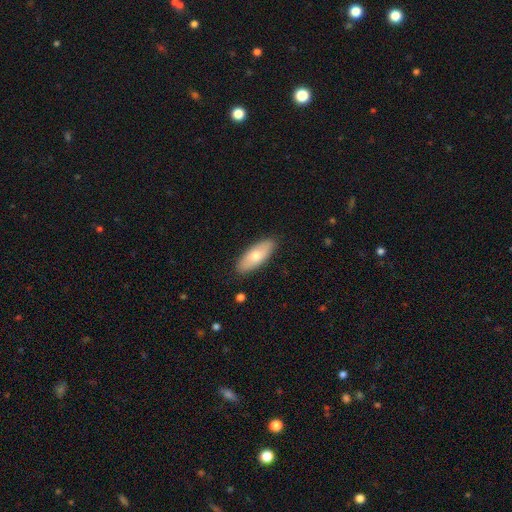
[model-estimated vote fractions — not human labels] Morphology: type=smooth (69%); roundness=in between (77%); merging=none (87%).